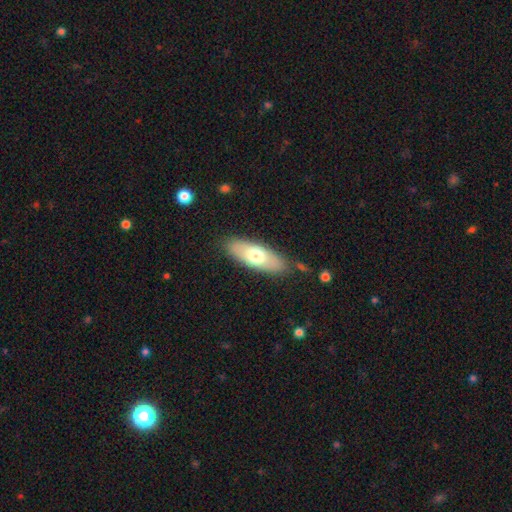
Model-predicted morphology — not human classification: Smooth or featured? smooth (65%)
How rounded? in between (71%)
Merging? none (83%)